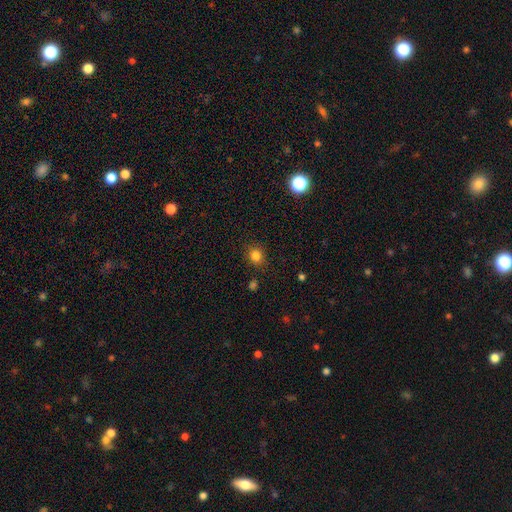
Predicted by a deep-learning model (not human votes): smooth_or_featured: smooth (p=0.82) [alt: star or artifact p=0.13]
how_rounded: round (p=0.80) [alt: in between p=0.19]
merging: none (p=0.87) [alt: minor disturbance p=0.09]